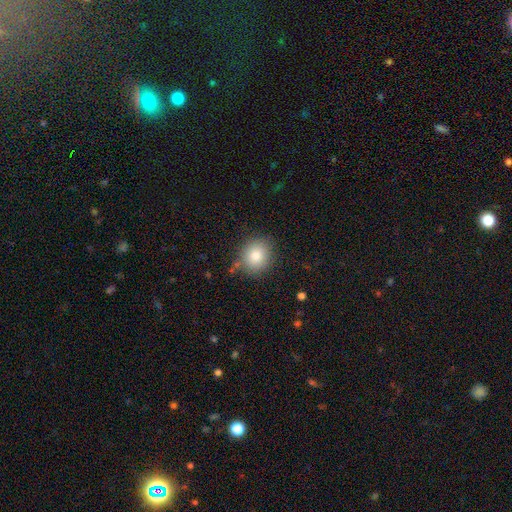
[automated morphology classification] The model was most divided on "how rounded": round: 80%, in between: 19%, cigar-shaped: 1%. More confident: merging — none (83%); smooth or featured — smooth (82%).